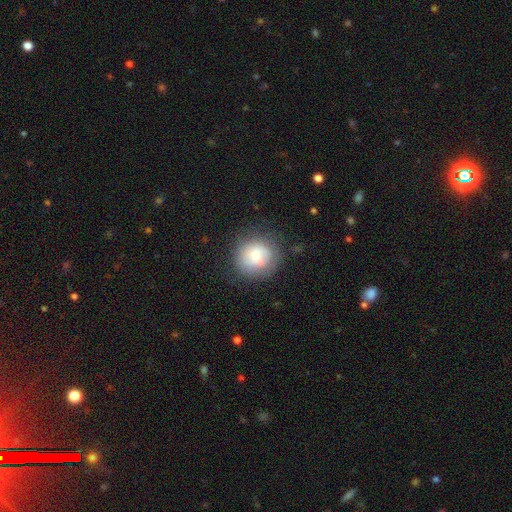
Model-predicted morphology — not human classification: This is likely a smooth galaxy (71%). How rounded: clearly round (89%). Merging: likely none (67%).